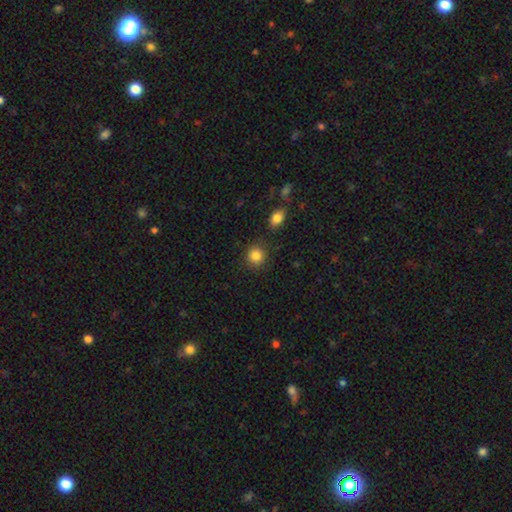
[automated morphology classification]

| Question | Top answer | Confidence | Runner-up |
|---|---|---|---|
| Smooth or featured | smooth | 86% | star or artifact (10%) |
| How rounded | round | 88% | in between (11%) |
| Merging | none | 86% | minor disturbance (8%) |